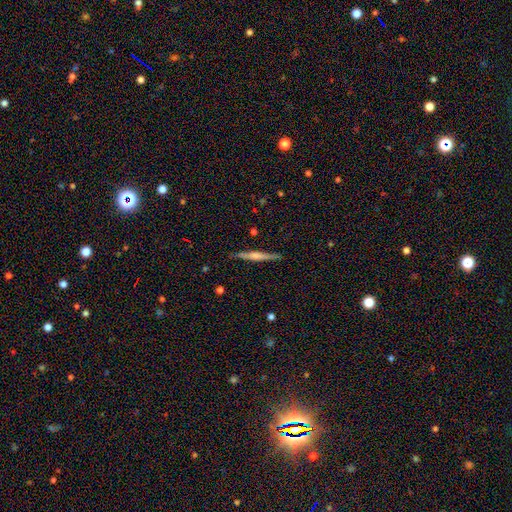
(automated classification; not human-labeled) Smooth or featured? Predicted: featured or disk (p=0.67). Edge-on disk? Predicted: yes (p=0.98). Edge-on bulge? Predicted: rounded (p=0.53). Merging? Predicted: none (p=0.89).